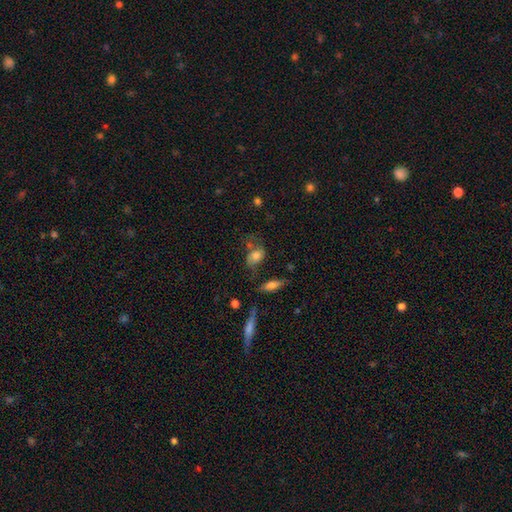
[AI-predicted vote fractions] A smooth galaxy with no disk features (68%) that is in between round and cigar-shaped (78%). Merging: none (42%).